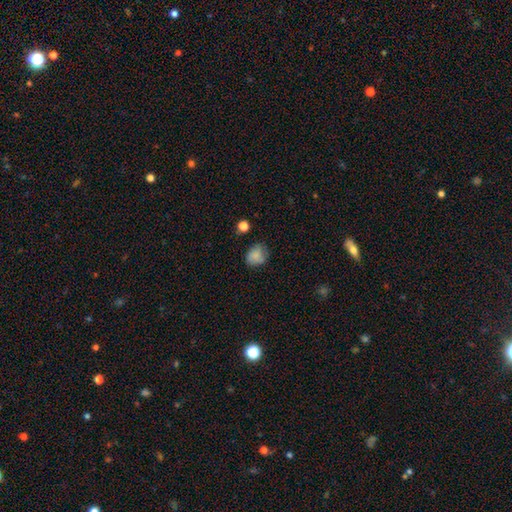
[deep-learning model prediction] Smooth or featured?
  - smooth: 80% *
  - featured or disk: 10%
  - star or artifact: 9%
How rounded?
  - round: 64% *
  - in between: 35%
  - cigar-shaped: 1%
Merging?
  - none: 70% *
  - minor disturbance: 22%
  - major disturbance: 5%
  - merger: 2%